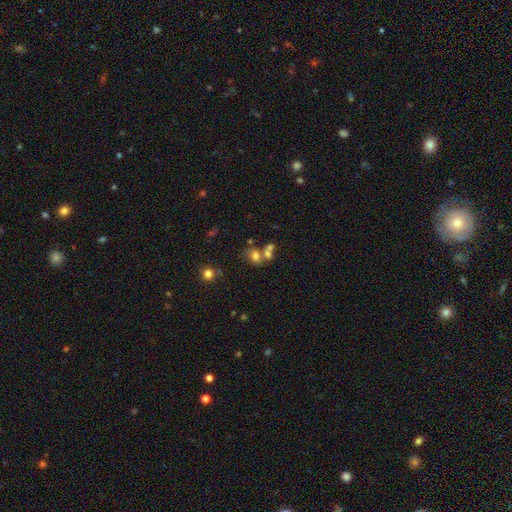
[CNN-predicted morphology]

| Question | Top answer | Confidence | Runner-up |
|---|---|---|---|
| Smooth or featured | smooth | 68% | featured or disk (17%) |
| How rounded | round | 50% | in between (49%) |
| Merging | merger | 47% | none (36%) |